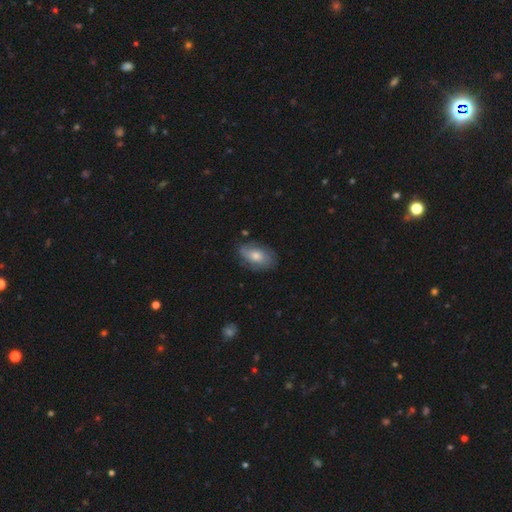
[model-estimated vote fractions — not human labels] Smooth or featured? Predicted: featured or disk (p=0.48). Merging? Predicted: none (p=0.75).